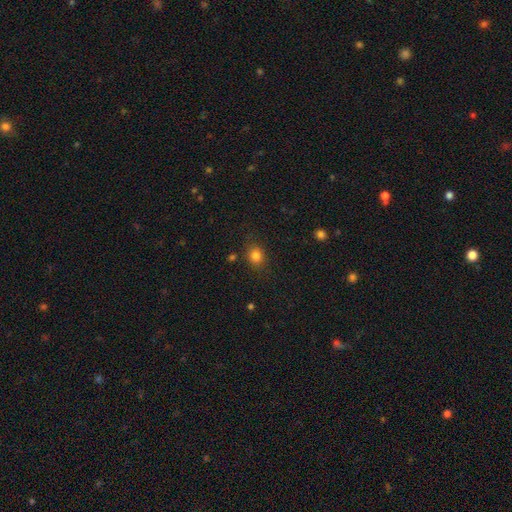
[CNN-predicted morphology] A smooth galaxy with no disk features (81%) that is round (64%).

Vote fractions:
- Smooth or featured? smooth: 81% / star or artifact: 13% / featured or disk: 6%
- How rounded? round: 64% / in between: 35% / cigar-shaped: 1%
- Merging? none: 82% / minor disturbance: 12% / major disturbance: 4% / merger: 2%